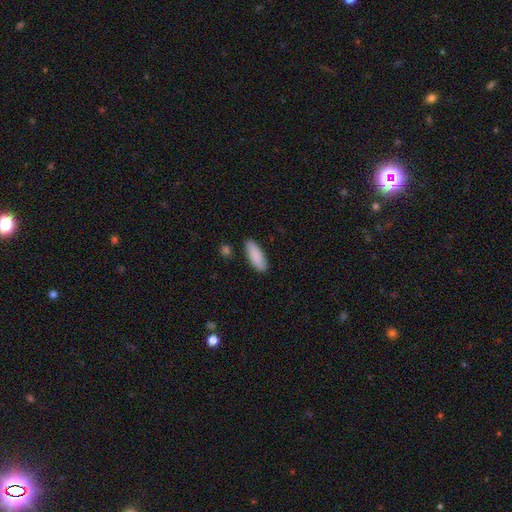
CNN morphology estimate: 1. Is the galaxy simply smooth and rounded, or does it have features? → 88% smooth, 6% featured or disk, 6% star or artifact.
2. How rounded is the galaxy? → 66% in between, 32% cigar-shaped, 2% round.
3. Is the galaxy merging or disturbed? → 84% none, 11% minor disturbance, 2% merger, 2% major disturbance.